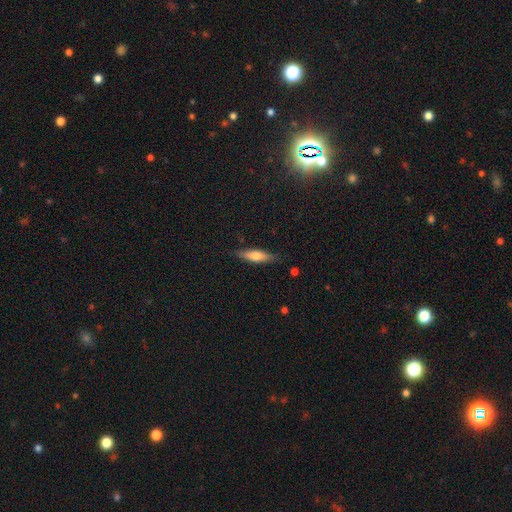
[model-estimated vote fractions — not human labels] A smooth galaxy with no disk features (59%) that is cigar-shaped (68%). Merging: none (84%).